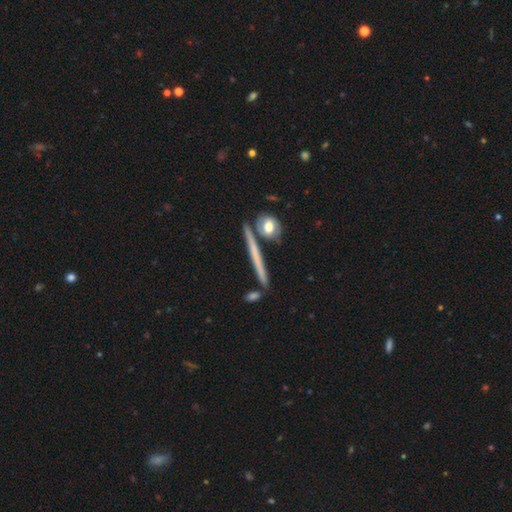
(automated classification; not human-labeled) Smooth or featured: smooth — 47% (featured or disk — 45%)
Merging: none — 81% (minor disturbance — 9%)